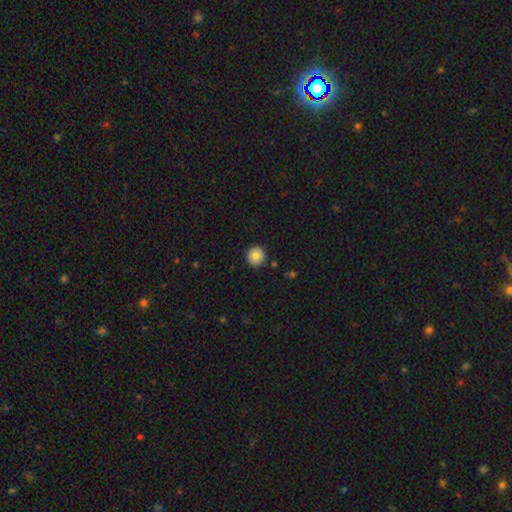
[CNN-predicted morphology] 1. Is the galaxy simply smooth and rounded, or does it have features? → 86% smooth, 9% star or artifact, 5% featured or disk.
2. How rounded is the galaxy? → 94% round, 5% in between, 1% cigar-shaped.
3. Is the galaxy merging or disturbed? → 90% none, 6% minor disturbance, 2% major disturbance, 2% merger.